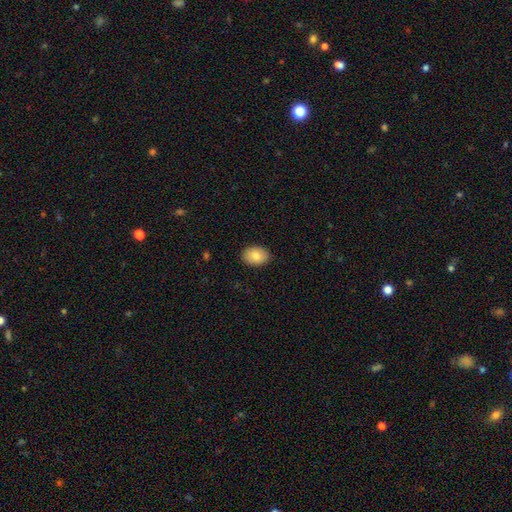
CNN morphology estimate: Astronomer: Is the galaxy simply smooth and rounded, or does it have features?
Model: smooth — 84%.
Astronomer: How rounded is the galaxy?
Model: in between — 82%.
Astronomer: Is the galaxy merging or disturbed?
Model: none — 89%.